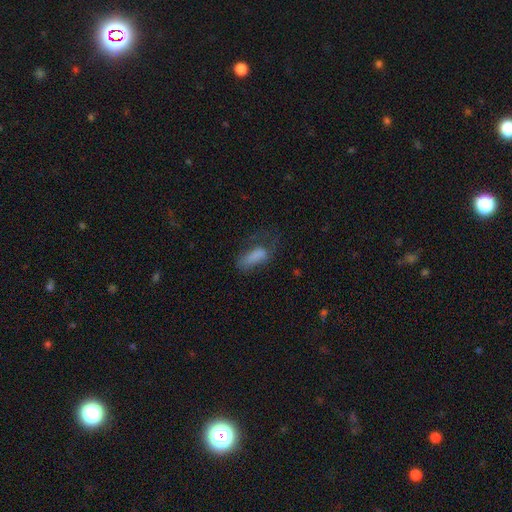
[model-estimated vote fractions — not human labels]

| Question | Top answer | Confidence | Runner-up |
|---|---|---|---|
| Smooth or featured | smooth | 70% | featured or disk (18%) |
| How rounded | in between | 77% | cigar-shaped (19%) |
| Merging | major disturbance | 44% | none (28%) |